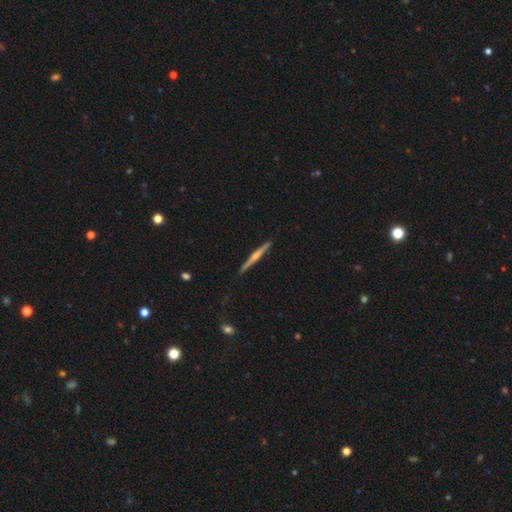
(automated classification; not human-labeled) smooth_or_featured: featured or disk (p=0.75) [alt: smooth p=0.18]
disk_edge_on: yes (p=0.98) [alt: no p=0.02]
edge_on_bulge: rounded (p=0.80) [alt: none p=0.14]
merging: none (p=0.89) [alt: minor disturbance p=0.08]